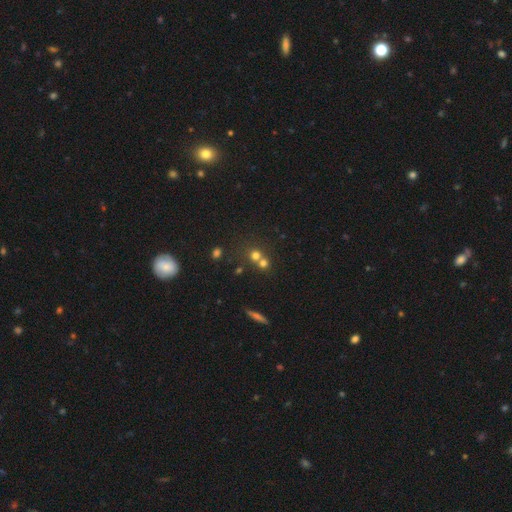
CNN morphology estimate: Smooth or featured? smooth (67%)
How rounded? round (85%)
Merging? merger (50%)